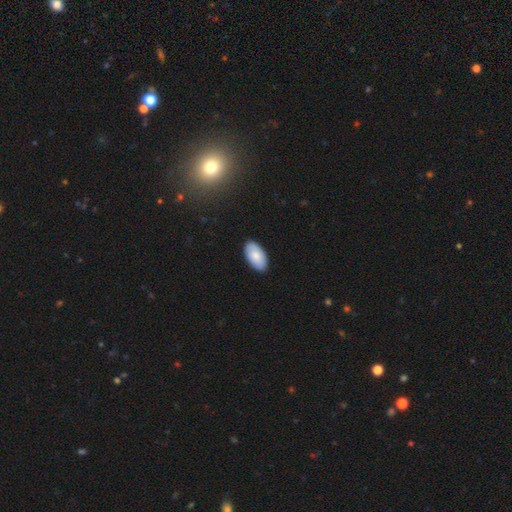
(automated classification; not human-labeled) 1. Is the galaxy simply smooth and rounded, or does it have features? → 83% smooth, 11% featured or disk, 6% star or artifact.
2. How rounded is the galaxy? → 96% in between, 3% round, 2% cigar-shaped.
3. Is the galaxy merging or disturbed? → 88% none, 9% minor disturbance, 2% major disturbance, 1% merger.